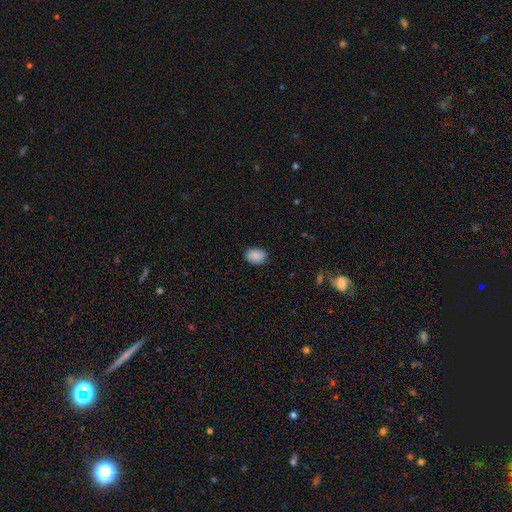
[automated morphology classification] type=smooth (89%); roundness=in between (77%); merging=none (83%).